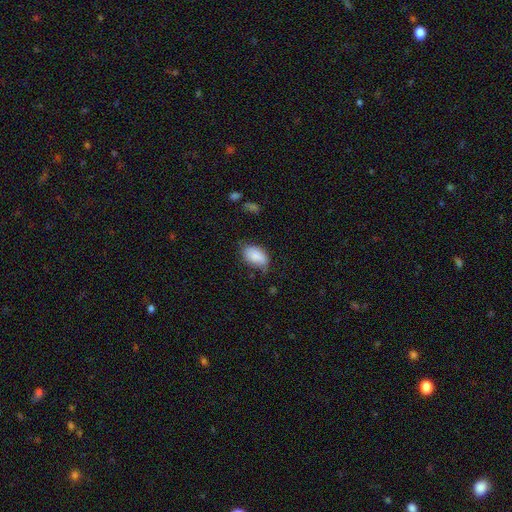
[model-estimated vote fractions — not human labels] Overall: smooth (86%). How rounded: in between (92%). Merging: none (61%; minor disturbance 30%).